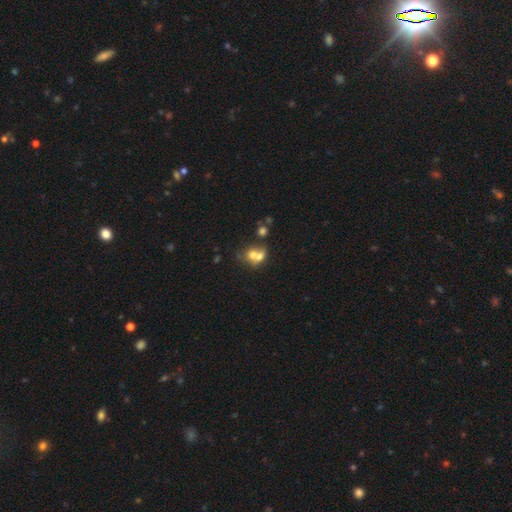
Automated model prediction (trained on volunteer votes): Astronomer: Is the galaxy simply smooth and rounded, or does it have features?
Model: smooth — 64%.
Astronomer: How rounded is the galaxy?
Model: round — 62% (runner-up: in between, 37%).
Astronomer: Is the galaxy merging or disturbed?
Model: merger — 67%.